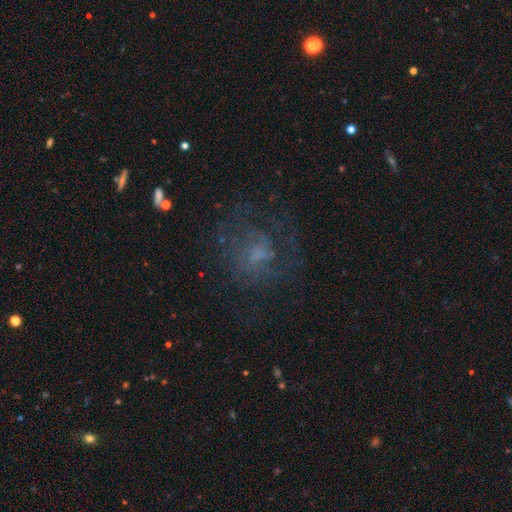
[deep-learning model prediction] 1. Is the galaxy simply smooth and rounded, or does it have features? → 60% featured or disk, 23% smooth, 17% star or artifact.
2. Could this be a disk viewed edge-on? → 97% no, 3% yes.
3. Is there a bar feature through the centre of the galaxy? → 61% no, 34% weak, 5% strong.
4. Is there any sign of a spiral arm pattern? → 73% yes, 27% no.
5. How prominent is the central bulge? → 41% small, 27% moderate, 27% none, 4% large, 1% dominant.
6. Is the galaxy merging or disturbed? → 60% none, 22% major disturbance, 17% minor disturbance, 2% merger.